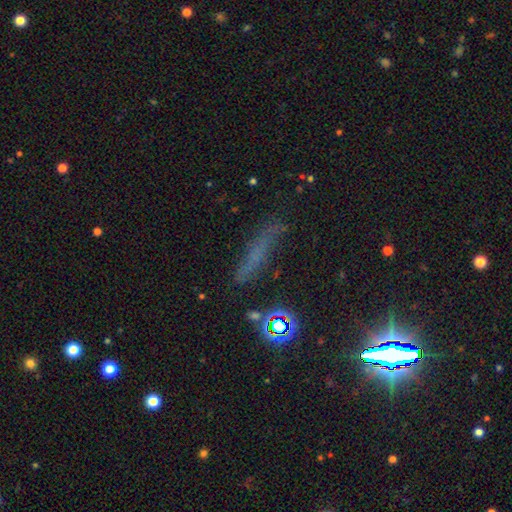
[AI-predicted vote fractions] Smooth or featured: smooth — 41% (featured or disk — 30%)
Merging: none — 73% (minor disturbance — 18%)